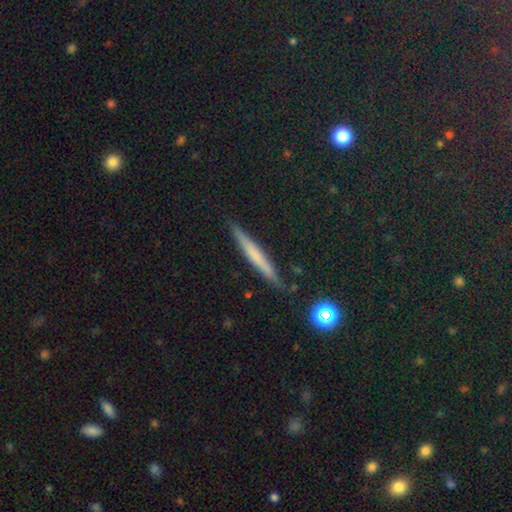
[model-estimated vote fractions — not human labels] This is possibly a smooth galaxy (51%). How rounded: clearly cigar-shaped (95%). Merging: clearly none (88%).